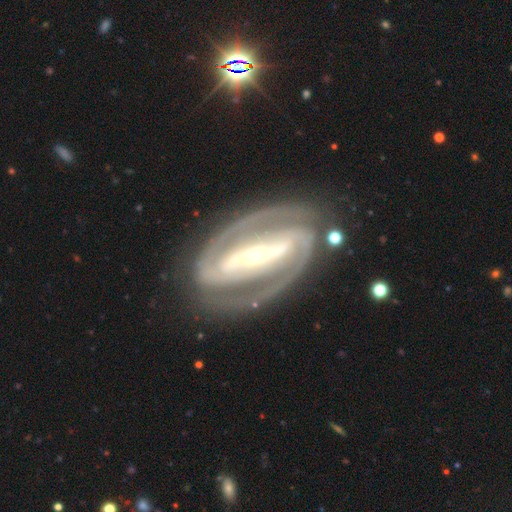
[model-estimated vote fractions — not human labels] smooth-or-featured: featured or disk: 92% | star or artifact: 4% | smooth: 4%
  disk-edge-on: no: 95% | yes: 5%
    bar: strong: 84% | weak: 10% | no: 6%
    has-spiral-arms: yes: 97% | no: 3%
      spiral-winding: tight: 59% | medium: 34% | loose: 6%
      spiral-arm-count: 2: 87% | 3: 5% | can't tell: 4% | 1: 2% | 4: 2% | more than 4: 1%
    bulge-size: small: 69% | moderate: 26% | large: 2% | none: 1% | dominant: 1%
  merging: none: 81% | minor disturbance: 12% | major disturbance: 5% | merger: 2%